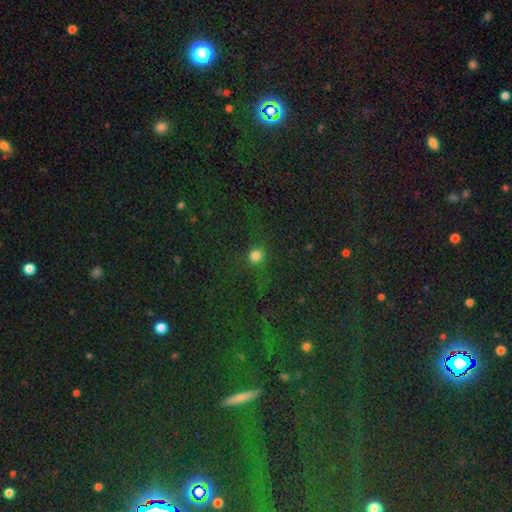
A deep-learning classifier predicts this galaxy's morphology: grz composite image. It shows a smooth galaxy with no disk features (80%) that is round (83%). Merging: none (86%).